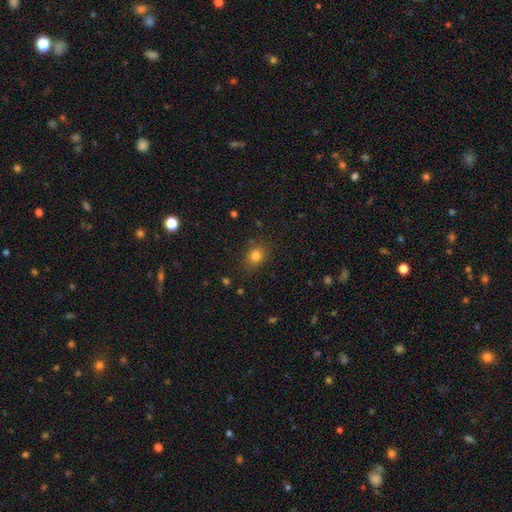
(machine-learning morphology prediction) This appears to be a smooth galaxy with no disk features (81%) that is round (60%). Merging: none (81%).